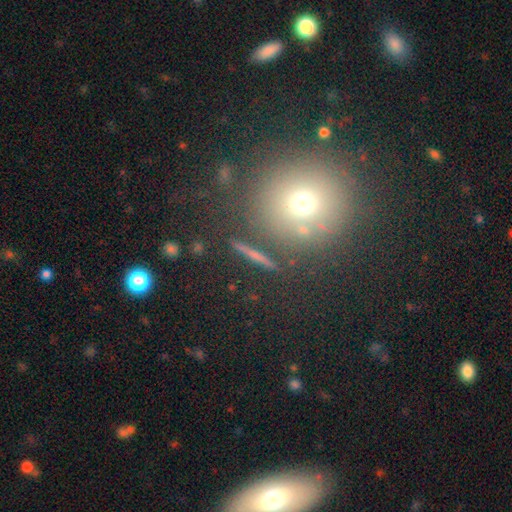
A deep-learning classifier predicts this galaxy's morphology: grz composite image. It shows a smooth galaxy with no disk features (45%). Merging: none (87%).